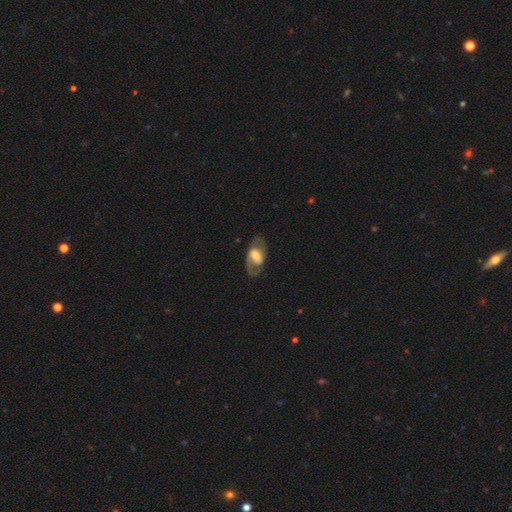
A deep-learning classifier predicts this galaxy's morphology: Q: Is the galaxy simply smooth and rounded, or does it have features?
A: featured or disk — 66%.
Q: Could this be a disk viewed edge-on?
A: no — 93%.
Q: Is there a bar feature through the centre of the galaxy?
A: weak — 42%.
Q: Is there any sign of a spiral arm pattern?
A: yes — 69%.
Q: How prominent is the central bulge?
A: moderate — 45%.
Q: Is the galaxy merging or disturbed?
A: none — 72%.